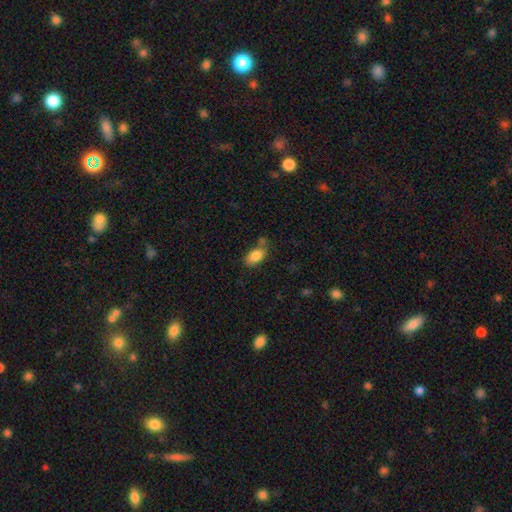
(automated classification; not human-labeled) This is clearly a smooth galaxy (85%). How rounded: clearly in between (91%). Merging: likely none (62%).